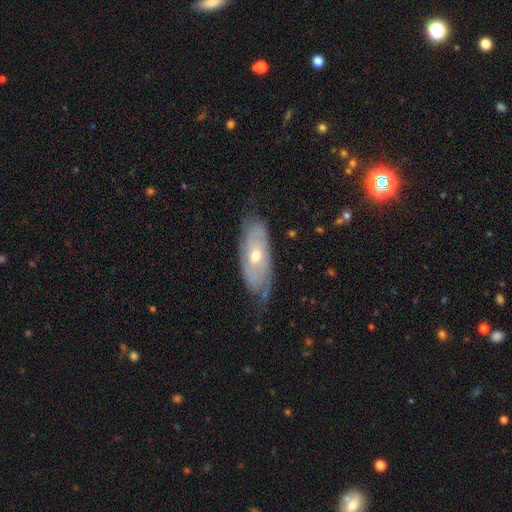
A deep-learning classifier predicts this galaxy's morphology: The model was most divided on "bulge size": moderate: 62%, small: 33%, large: 2%, none: 1%, dominant: 1%. More confident: edge-on disk — no (83%); spiral arms — yes (81%); bar — no (73%); smooth or featured — featured or disk (71%); merging — none (62%).